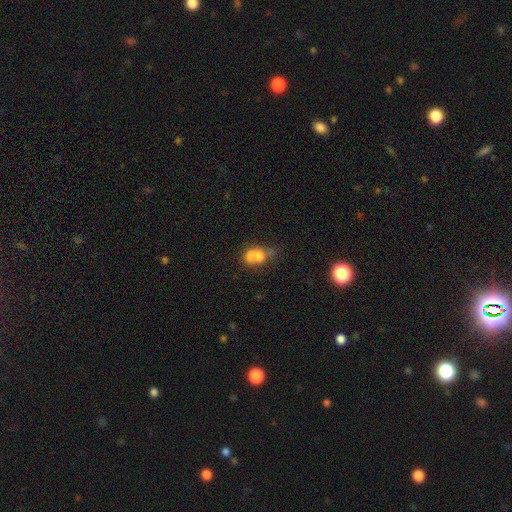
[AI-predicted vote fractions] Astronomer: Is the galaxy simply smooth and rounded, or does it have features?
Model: smooth — 63%.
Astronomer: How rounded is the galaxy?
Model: in between — 55% (runner-up: round, 42%).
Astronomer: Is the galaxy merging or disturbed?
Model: merger — 56%.